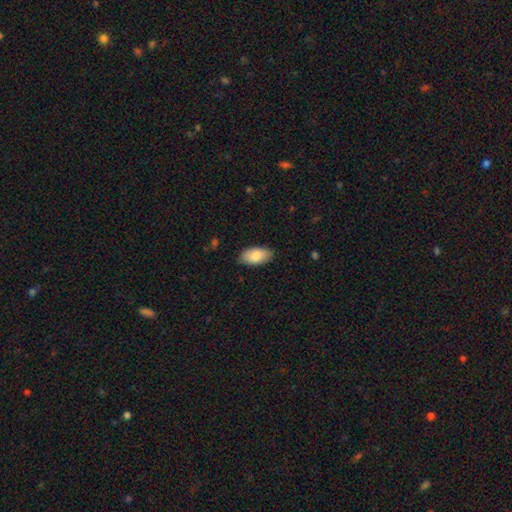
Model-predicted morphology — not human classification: Smooth or featured? smooth (84%)
How rounded? in between (95%)
Merging? none (85%)